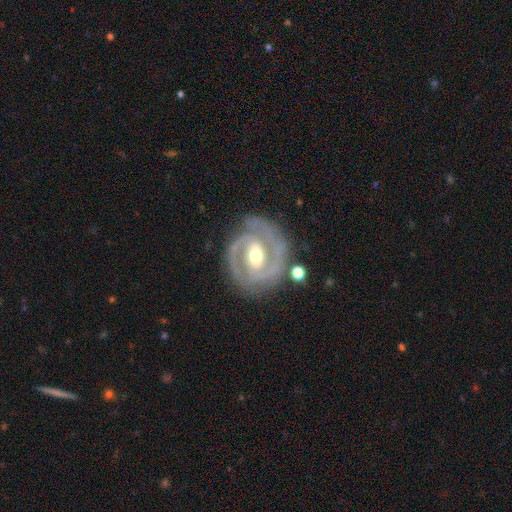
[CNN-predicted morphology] A featured or disk galaxy (87%) with a weak bar (43%), 2 (80%) tight (63%) spiral arms (94%) and a moderate central bulge (69%). Merging: none (77%).